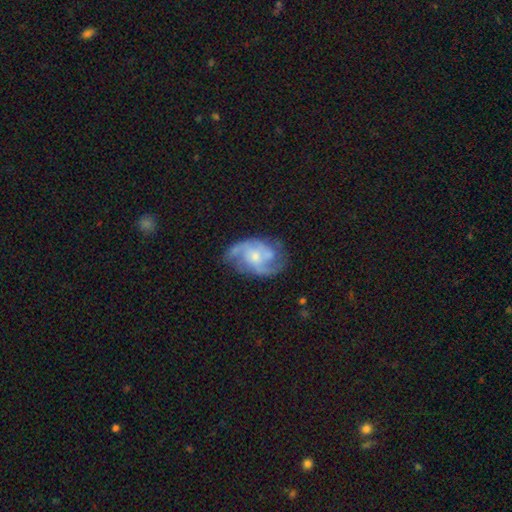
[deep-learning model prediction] The model was most divided on "bulge size": small: 53%, moderate: 39%, none: 4%, large: 3%, dominant: 1%. More confident: edge-on disk — no (97%); spiral arms — yes (95%); smooth or featured — featured or disk (85%); merging — none (67%); bar — no (63%); spiral winding — medium (52%); spiral arm count — 2 (51%).